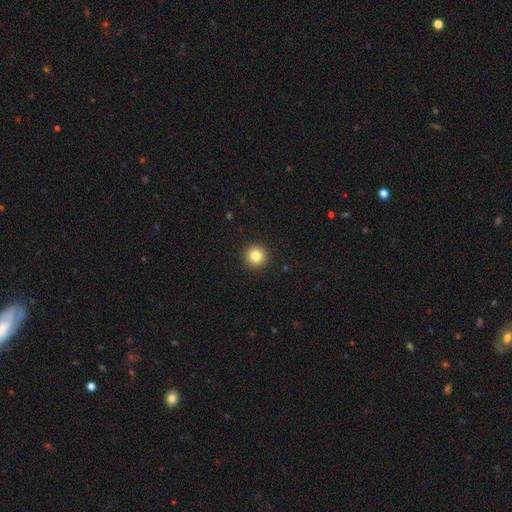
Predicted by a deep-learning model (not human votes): Smooth or featured? Predicted: smooth (p=0.83). How rounded? Predicted: round (p=0.95). Merging? Predicted: none (p=0.93).